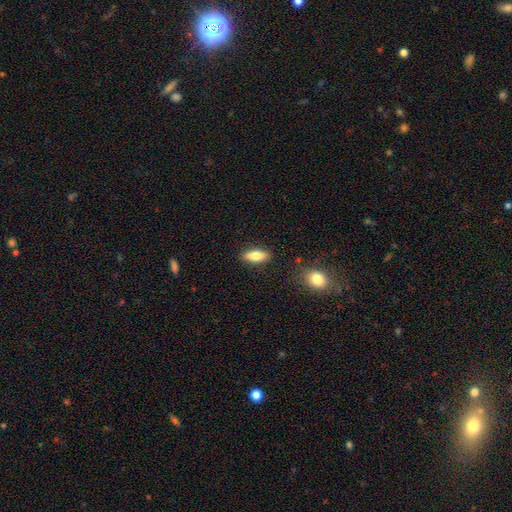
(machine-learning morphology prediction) smooth 74%, featured or disk 19%, star or artifact 7%. Down the decision tree: how rounded — in between (68%); merging — none (87%).